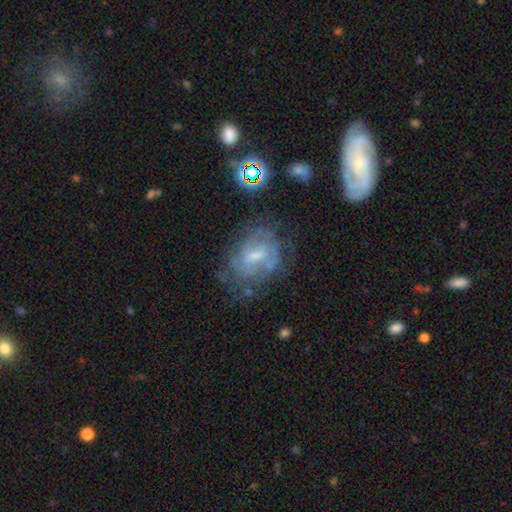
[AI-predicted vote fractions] A featured or disk galaxy (67%) with a weak bar (54%), spiral arms (67%) and a small central bulge (47%).

Vote fractions:
- Smooth or featured? featured or disk: 67% / smooth: 21% / star or artifact: 12%
- Edge-on disk? no: 96% / yes: 4%
- Bar? weak: 54% / no: 31% / strong: 15%
- Spiral arms? yes: 67% / no: 33%
- Bulge size? small: 47% / moderate: 35% / none: 14% / large: 3% / dominant: 1%
- Merging? none: 54% / minor disturbance: 23% / major disturbance: 19% / merger: 4%